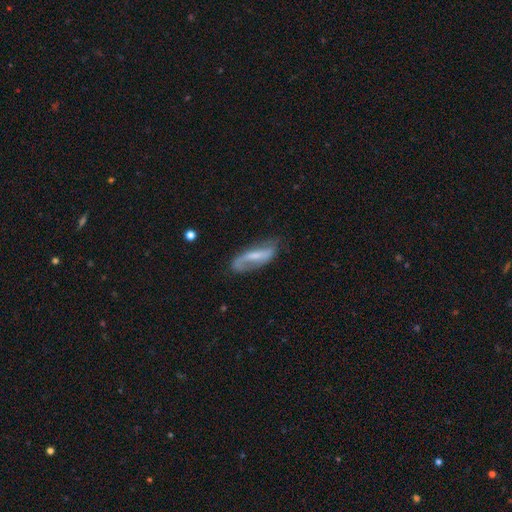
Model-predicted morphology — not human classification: smooth_or_featured: featured or disk (p=0.65) [alt: smooth p=0.28]
disk_edge_on: no (p=0.87) [alt: yes p=0.13]
bar: strong (p=0.43) [alt: weak p=0.38]
has_spiral_arms: yes (p=0.83) [alt: no p=0.17]
bulge_size: small (p=0.46) [alt: moderate p=0.28]
merging: none (p=0.60) [alt: minor disturbance p=0.25]